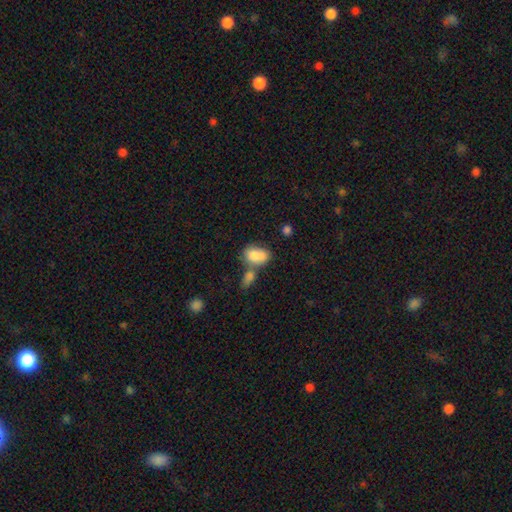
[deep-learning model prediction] smooth_or_featured: smooth (p=0.81) [alt: featured or disk p=0.12]
how_rounded: in between (p=0.84) [alt: round p=0.14]
merging: merger (p=0.51) [alt: none p=0.28]